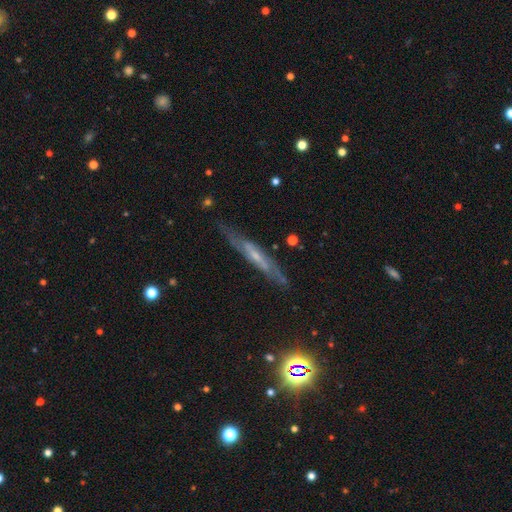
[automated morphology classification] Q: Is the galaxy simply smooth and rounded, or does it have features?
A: featured or disk — 70%.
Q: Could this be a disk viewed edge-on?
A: yes — 71%.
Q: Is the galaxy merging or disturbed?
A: none — 75%.